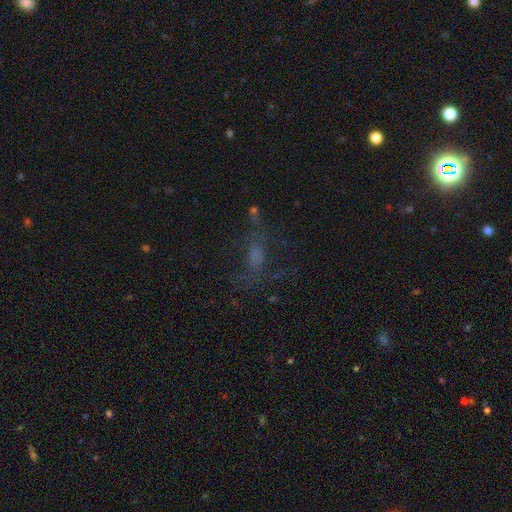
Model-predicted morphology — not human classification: type=smooth (35%); merging=none (48%).